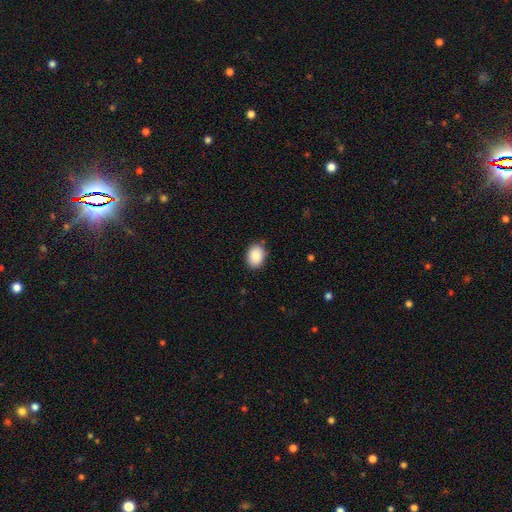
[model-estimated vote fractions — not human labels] Smooth or featured? smooth (87%)
How rounded? in between (69%)
Merging? none (84%)